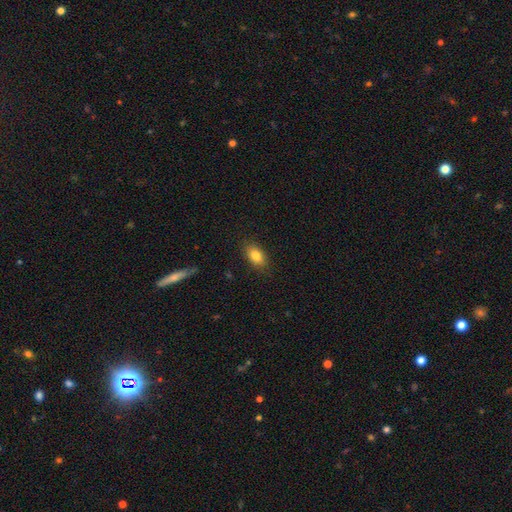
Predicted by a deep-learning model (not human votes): smooth_or_featured: smooth (p=0.83) [alt: featured or disk p=0.09]
how_rounded: in between (p=0.87) [alt: round p=0.10]
merging: none (p=0.86) [alt: minor disturbance p=0.10]